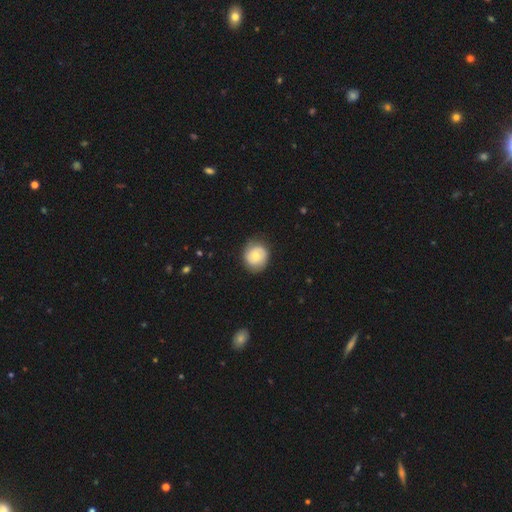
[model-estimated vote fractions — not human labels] smooth-or-featured: smooth: 50% | featured or disk: 43% | star or artifact: 7%
  merging: none: 80% | minor disturbance: 15% | major disturbance: 4% | merger: 1%